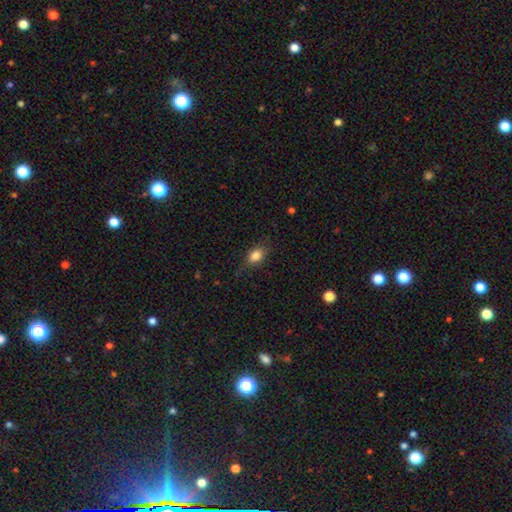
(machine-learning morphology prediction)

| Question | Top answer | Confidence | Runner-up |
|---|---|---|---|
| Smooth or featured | smooth | 82% | star or artifact (9%) |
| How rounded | in between | 74% | round (22%) |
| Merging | none | 75% | minor disturbance (18%) |